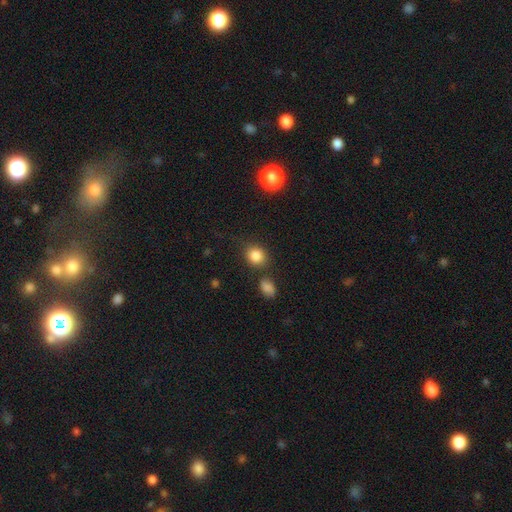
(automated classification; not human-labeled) This is clearly a smooth galaxy (84%). How rounded: likely round (74%). Merging: likely none (74%).